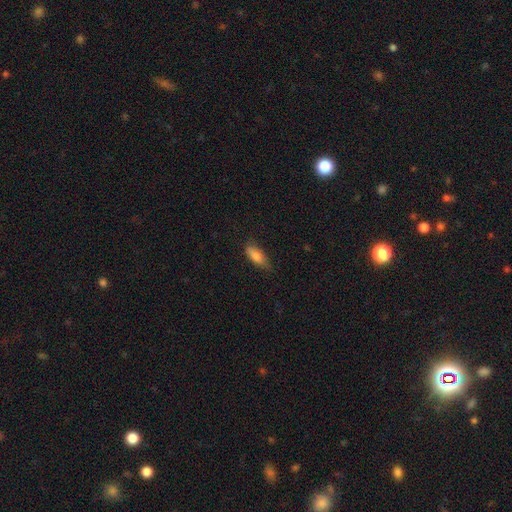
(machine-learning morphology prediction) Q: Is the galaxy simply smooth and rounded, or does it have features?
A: smooth — 81%.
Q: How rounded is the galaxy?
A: in between — 68%.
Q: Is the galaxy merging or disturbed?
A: none — 69%.